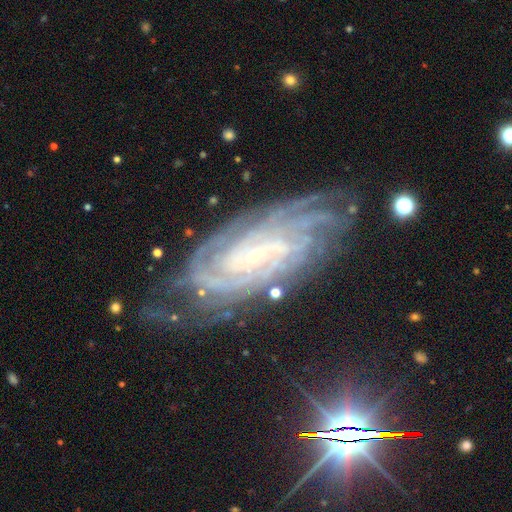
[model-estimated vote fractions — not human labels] The model was most divided on "spiral arm count": 4: 26%, more than 4: 23%, can't tell: 20%, 3: 13%, 2: 11%, 1: 7%. Remaining: spiral arms — yes (98%); edge-on disk — no (95%); smooth or featured — featured or disk (89%); bulge size — small (82%); spiral winding — tight (79%); merging — none (72%); bar — no (47%).